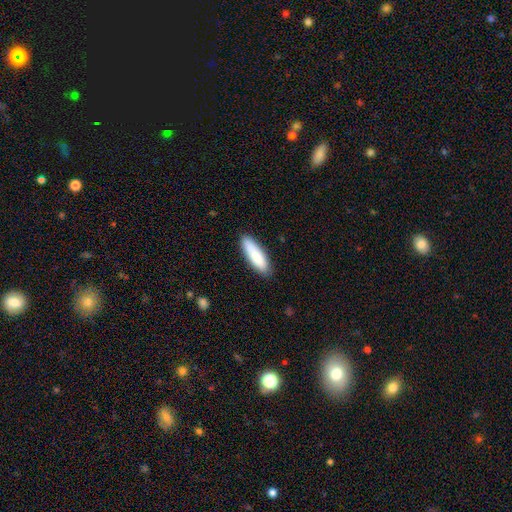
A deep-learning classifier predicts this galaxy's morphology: A smooth galaxy with no disk features (84%) that is cigar-shaped (52%).

Vote fractions:
- Smooth or featured? smooth: 84% / featured or disk: 10% / star or artifact: 6%
- How rounded? cigar-shaped: 52% / in between: 47% / round: 2%
- Merging? none: 85% / minor disturbance: 12% / major disturbance: 2% / merger: 1%